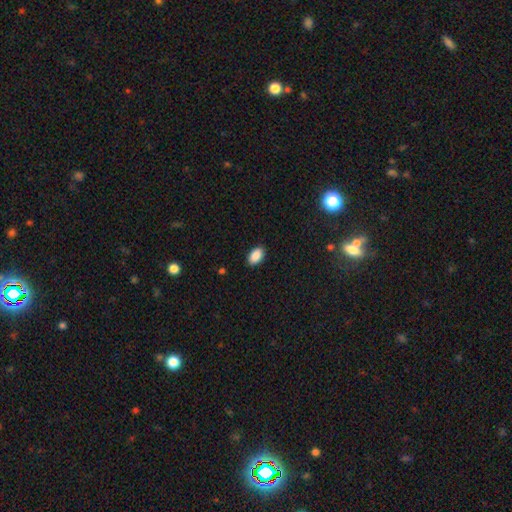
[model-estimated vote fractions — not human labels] Smooth or featured?
  - smooth: 90% *
  - star or artifact: 7%
  - featured or disk: 3%
How rounded?
  - in between: 92% *
  - round: 7%
  - cigar-shaped: 1%
Merging?
  - none: 89% *
  - minor disturbance: 8%
  - major disturbance: 2%
  - merger: 1%